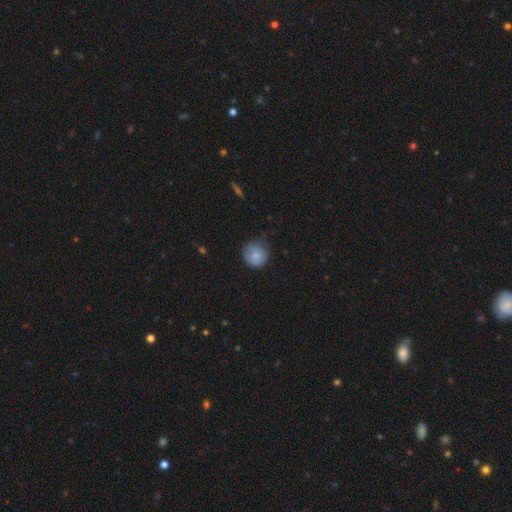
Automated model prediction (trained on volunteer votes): Smooth or featured: smooth — 81% (featured or disk — 11%)
How rounded: round — 91% (in between — 8%)
Merging: none — 67% (minor disturbance — 26%)